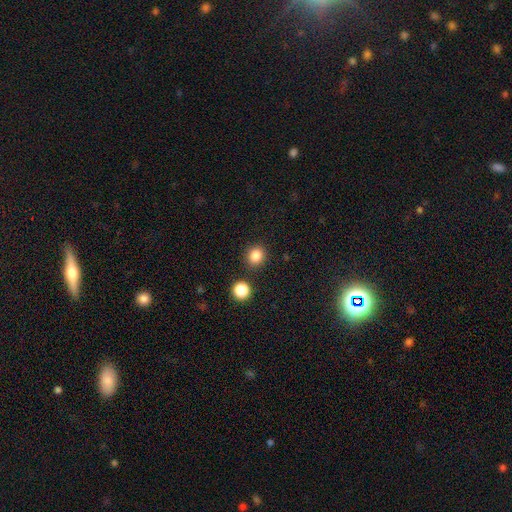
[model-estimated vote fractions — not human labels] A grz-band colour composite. It shows a smooth galaxy with no disk features (84%) that is round (82%). Merging: none (87%).